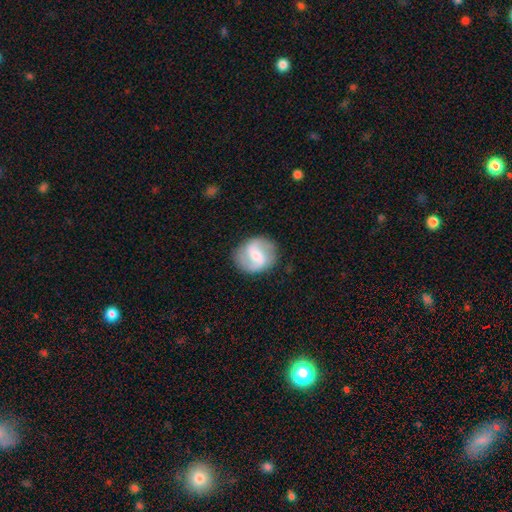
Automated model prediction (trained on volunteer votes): Morphology: type=featured or disk (77%); edge-on=no (98%); bar=weak (49%); spiral arms=yes (94%); winding=medium (44%); arm count=2 (91%); bulge=small (49%); merging=none (84%).